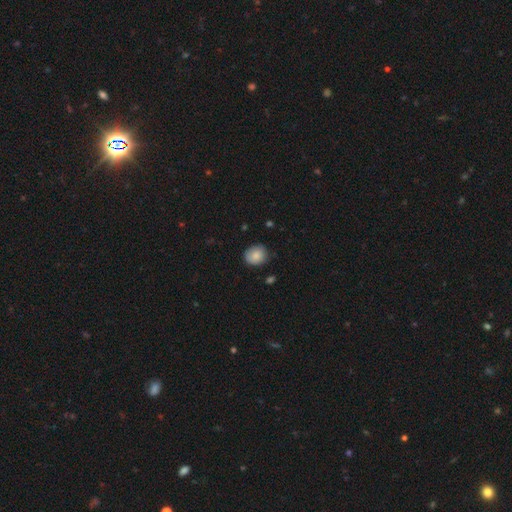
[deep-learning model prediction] Smooth or featured? Predicted: smooth (p=0.83). How rounded? Predicted: round (p=0.69). Merging? Predicted: none (p=0.74).